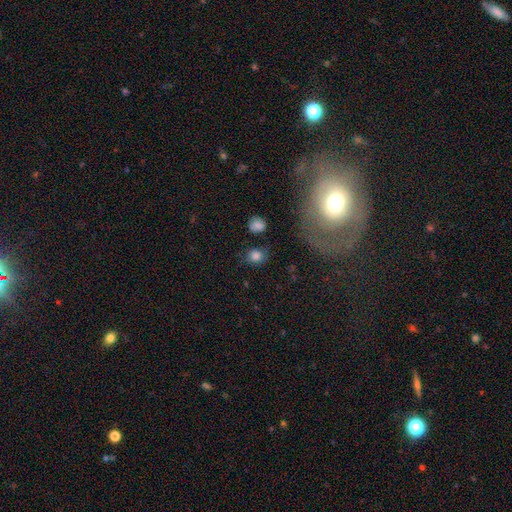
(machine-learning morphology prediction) Smooth or featured? smooth (81%)
How rounded? round (78%)
Merging? none (71%)